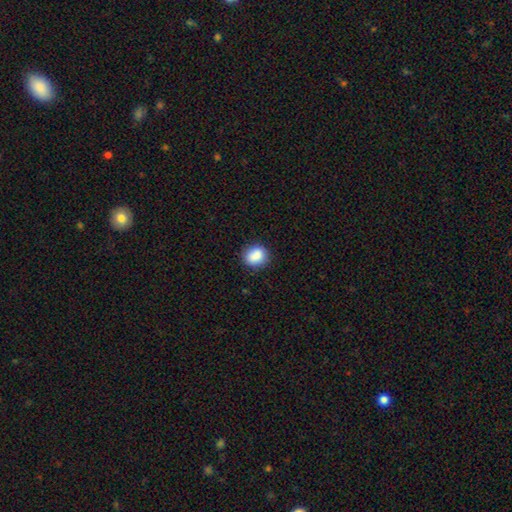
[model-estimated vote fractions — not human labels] A smooth galaxy with no disk features (88%) that is round (66%).

Vote fractions:
- Smooth or featured? smooth: 88% / star or artifact: 8% / featured or disk: 4%
- How rounded? round: 66% / in between: 33% / cigar-shaped: 1%
- Merging? none: 85% / minor disturbance: 11% / major disturbance: 3% / merger: 1%